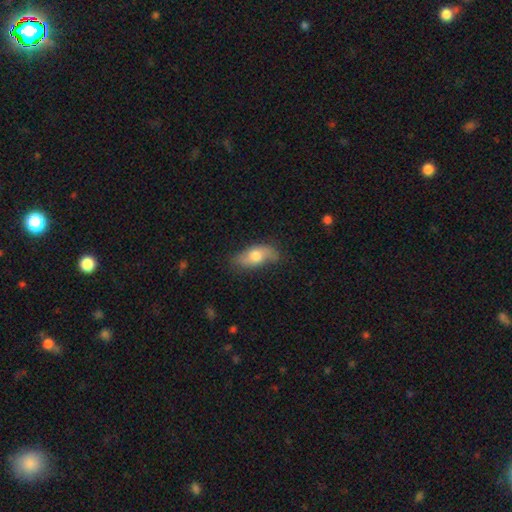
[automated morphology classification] The model was most divided on "smooth or featured": smooth: 64%, featured or disk: 29%, star or artifact: 6%. More confident: how rounded — in between (85%); merging — none (64%).